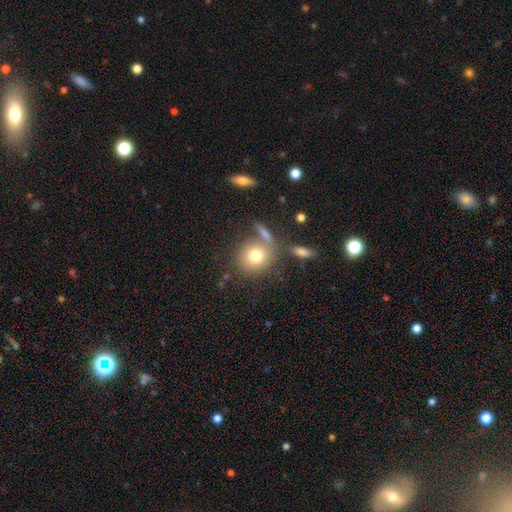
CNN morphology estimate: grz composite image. It shows a smooth galaxy with no disk features (76%) that is round (81%). Merging: none (62%).